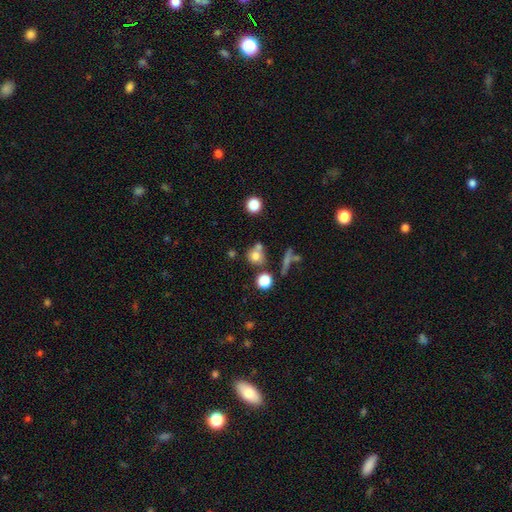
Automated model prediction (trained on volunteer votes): smooth_or_featured: smooth (p=0.73) [alt: star or artifact p=0.15]
how_rounded: round (p=0.85) [alt: in between p=0.13]
merging: none (p=0.57) [alt: merger p=0.29]